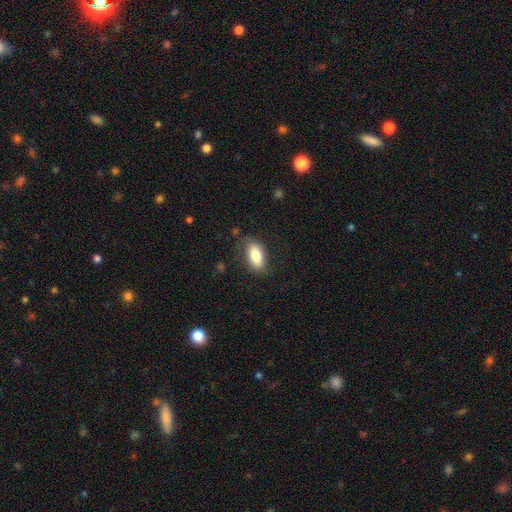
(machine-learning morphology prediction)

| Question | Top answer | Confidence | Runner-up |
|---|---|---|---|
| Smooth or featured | smooth | 81% | featured or disk (13%) |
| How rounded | in between | 87% | cigar-shaped (10%) |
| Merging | none | 75% | minor disturbance (18%) |